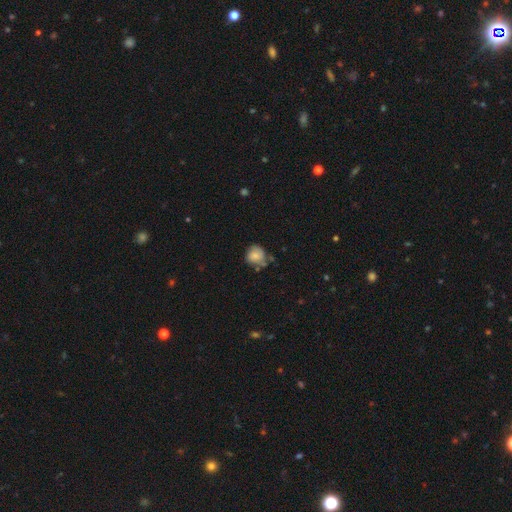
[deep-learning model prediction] Morphology: type=smooth (69%); roundness=round (78%); merging=none (52%).